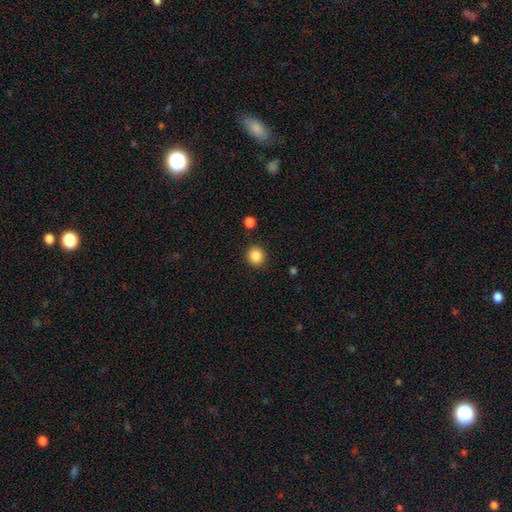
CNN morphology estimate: This appears to be a smooth galaxy with no disk features (86%) that is round (89%). Merging: none (90%).